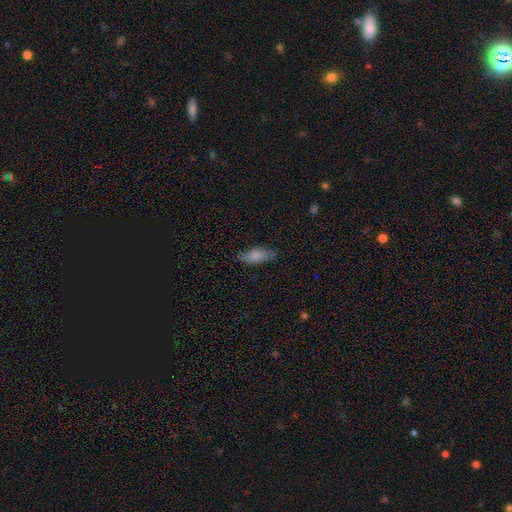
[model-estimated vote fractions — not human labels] Q: Smooth or featured?
A: smooth (76%); runner-up: featured or disk (17%)
Q: How rounded?
A: in between (79%); runner-up: cigar-shaped (18%)
Q: Merging?
A: none (72%); runner-up: minor disturbance (22%)